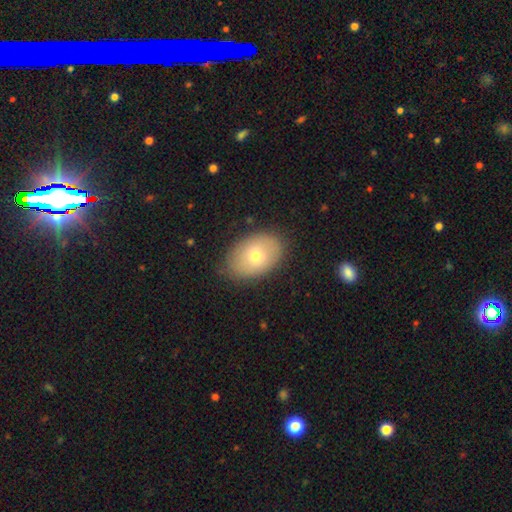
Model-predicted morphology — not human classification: Overall: smooth (71%). How rounded: in between (85%). Merging: none (82%).